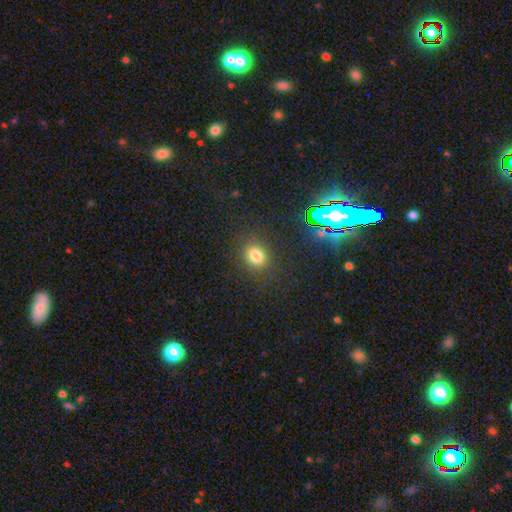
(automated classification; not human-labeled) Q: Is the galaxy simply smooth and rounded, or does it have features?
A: smooth — 76%.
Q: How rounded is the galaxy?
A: round — 67%.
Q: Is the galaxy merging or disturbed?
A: none — 85%.